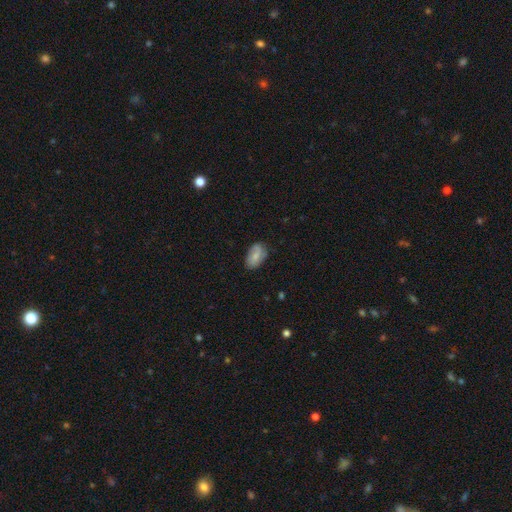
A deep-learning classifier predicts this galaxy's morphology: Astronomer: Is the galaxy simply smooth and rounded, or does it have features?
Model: smooth — 62%.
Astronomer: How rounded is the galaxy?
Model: in between — 91%.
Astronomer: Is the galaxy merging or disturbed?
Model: none — 68%.